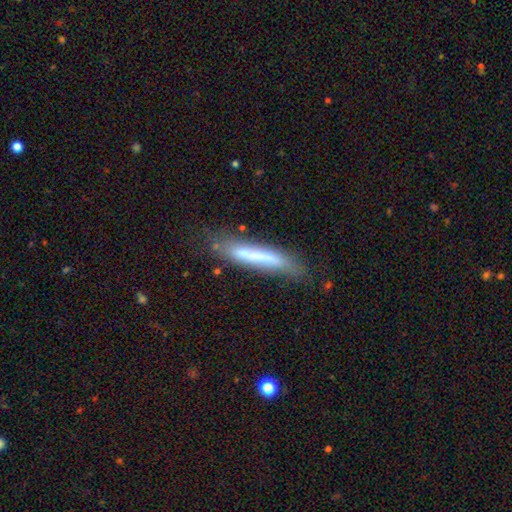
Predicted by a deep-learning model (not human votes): Morphology: type=smooth (59%); roundness=cigar-shaped (91%); merging=none (66%).